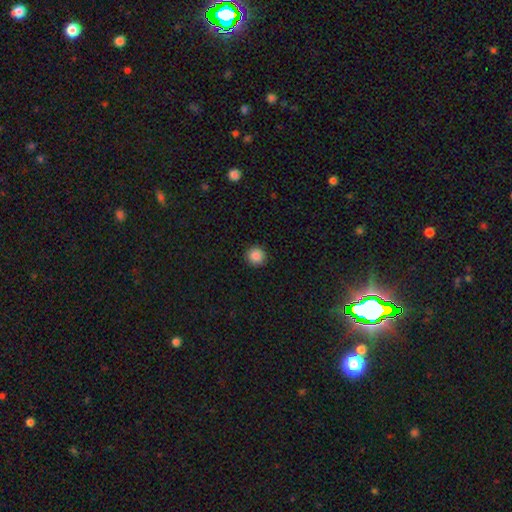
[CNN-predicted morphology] Smooth or featured? smooth (87%)
How rounded? round (94%)
Merging? none (92%)